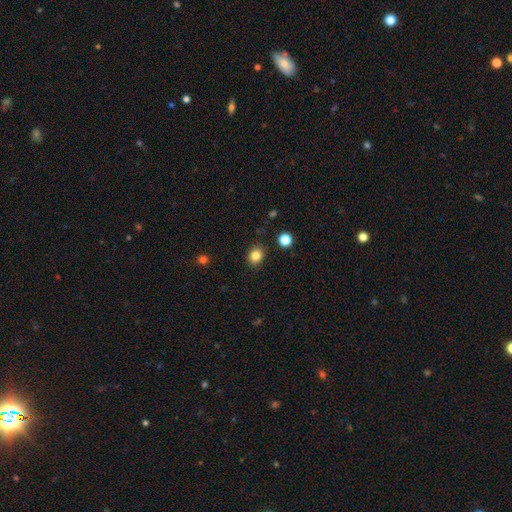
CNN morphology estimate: The model was most divided on "how rounded": round: 63%, in between: 36%, cigar-shaped: 1%. More confident: merging — none (88%); smooth or featured — smooth (83%).